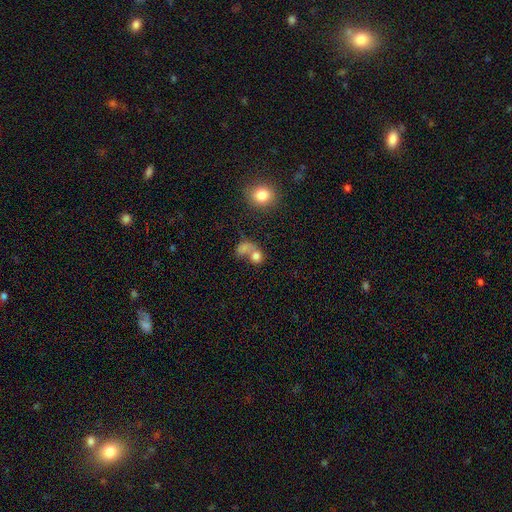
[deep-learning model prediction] Smooth or featured: smooth — 76% (featured or disk — 13%)
How rounded: round — 64% (in between — 35%)
Merging: merger — 54% (none — 28%)